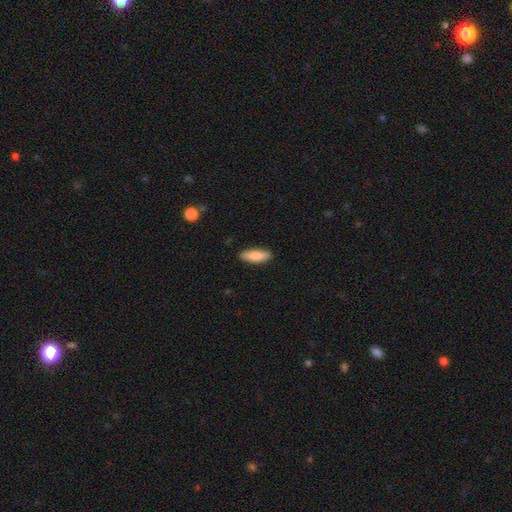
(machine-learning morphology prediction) Q: Smooth or featured?
A: smooth (84%); runner-up: featured or disk (11%)
Q: How rounded?
A: in between (59%); runner-up: cigar-shaped (40%)
Q: Merging?
A: none (89%); runner-up: minor disturbance (9%)